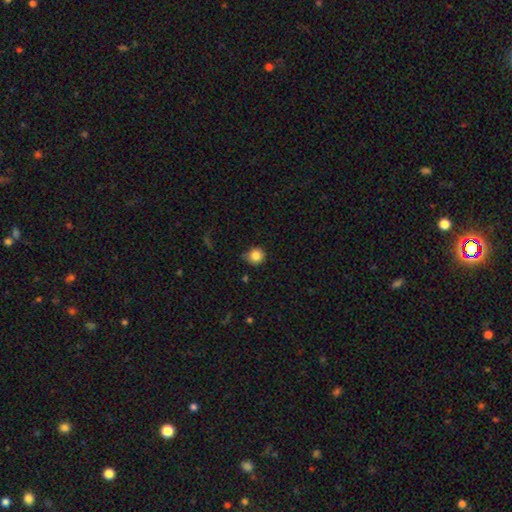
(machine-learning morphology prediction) smooth-or-featured: smooth: 84% | star or artifact: 11% | featured or disk: 5%
  how-rounded: round: 91% | in between: 8% | cigar-shaped: 1%
  merging: none: 73% | minor disturbance: 21% | major disturbance: 4% | merger: 2%